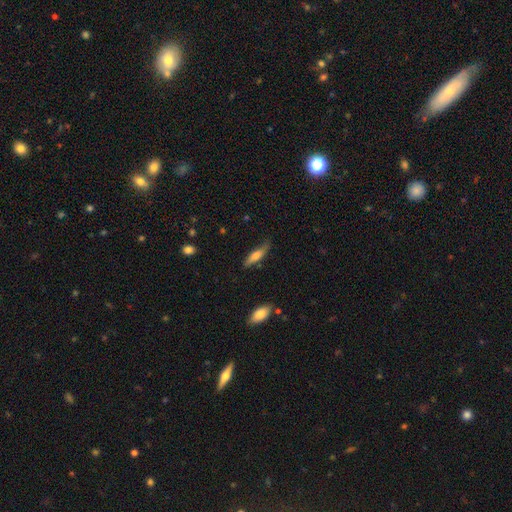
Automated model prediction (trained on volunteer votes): Morphology: type=smooth (66%); roundness=cigar-shaped (66%); merging=none (68%).